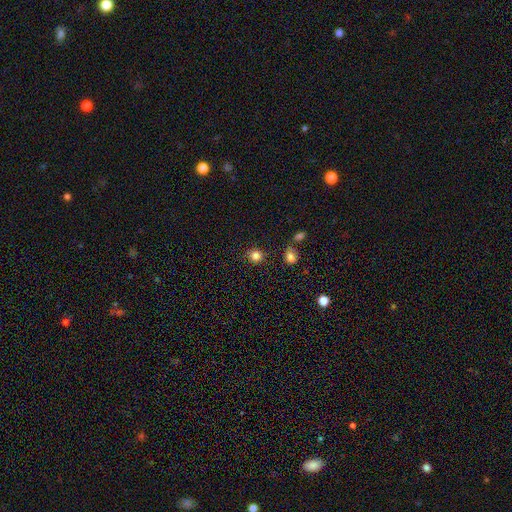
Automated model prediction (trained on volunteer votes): Smooth or featured? Predicted: smooth (p=0.83). How rounded? Predicted: round (p=0.84). Merging? Predicted: none (p=0.86).